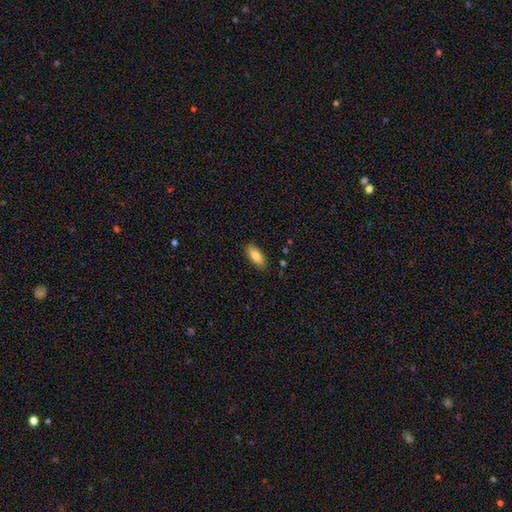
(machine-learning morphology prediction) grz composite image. It shows a smooth galaxy with no disk features (81%) that is in between round and cigar-shaped (77%). Merging: none (86%).